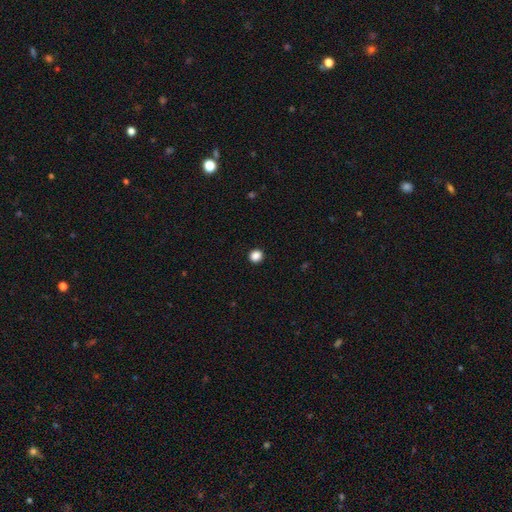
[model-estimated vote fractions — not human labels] smooth_or_featured: smooth (p=0.87) [alt: star or artifact p=0.10]
how_rounded: round (p=0.84) [alt: in between p=0.15]
merging: none (p=0.92) [alt: minor disturbance p=0.05]